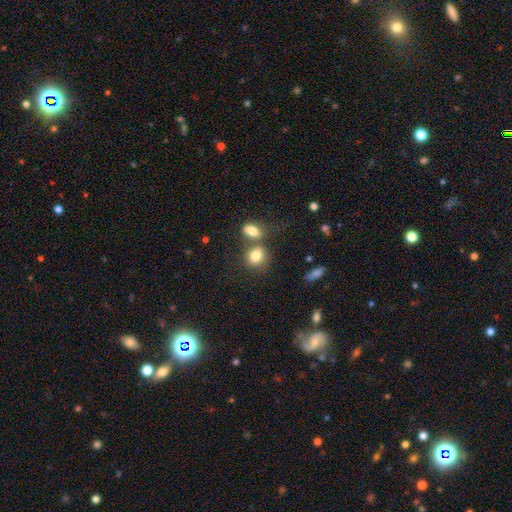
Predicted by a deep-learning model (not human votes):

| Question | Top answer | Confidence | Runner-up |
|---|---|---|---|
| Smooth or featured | smooth | 81% | featured or disk (10%) |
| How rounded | round | 56% | in between (43%) |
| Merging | none | 45% | merger (38%) |